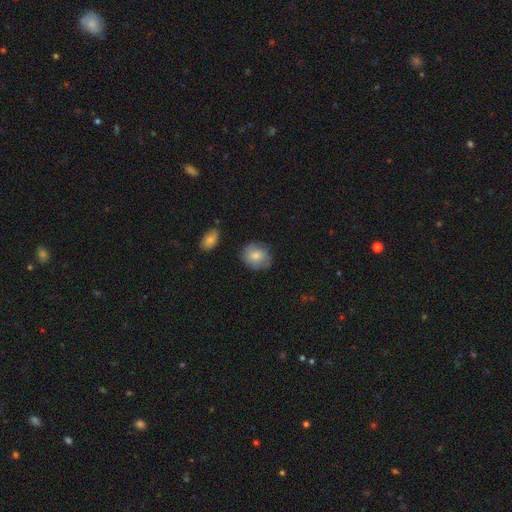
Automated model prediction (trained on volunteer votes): Q: Smooth or featured?
A: smooth (76%); runner-up: featured or disk (17%)
Q: How rounded?
A: round (69%); runner-up: in between (30%)
Q: Merging?
A: none (75%); runner-up: minor disturbance (18%)